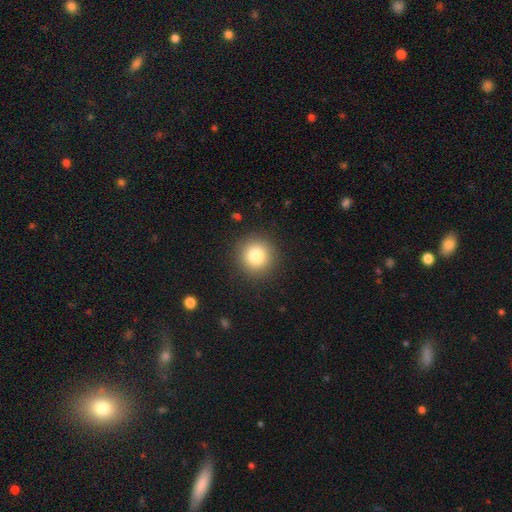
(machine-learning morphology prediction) type=smooth (82%); roundness=round (94%); merging=none (91%).